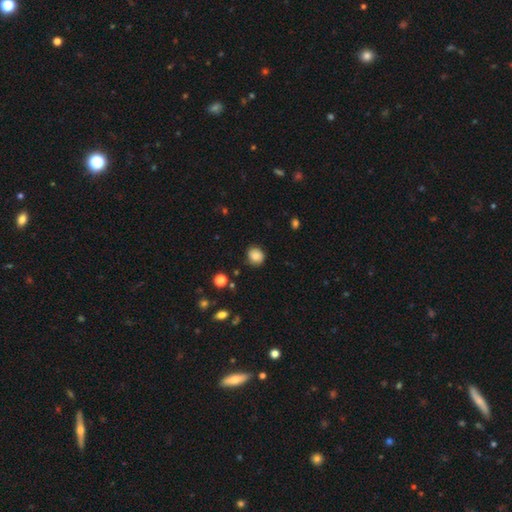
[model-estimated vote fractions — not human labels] Smooth or featured? Predicted: smooth (p=0.83). How rounded? Predicted: round (p=0.76). Merging? Predicted: none (p=0.80).